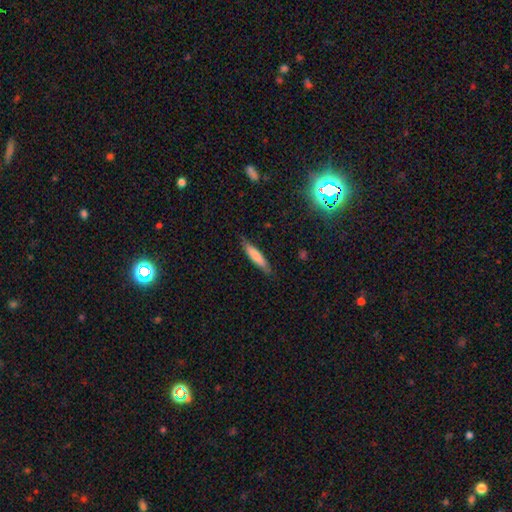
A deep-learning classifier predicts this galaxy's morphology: Smooth or featured? Predicted: smooth (p=0.74). How rounded? Predicted: cigar-shaped (p=0.86). Merging? Predicted: none (p=0.84).